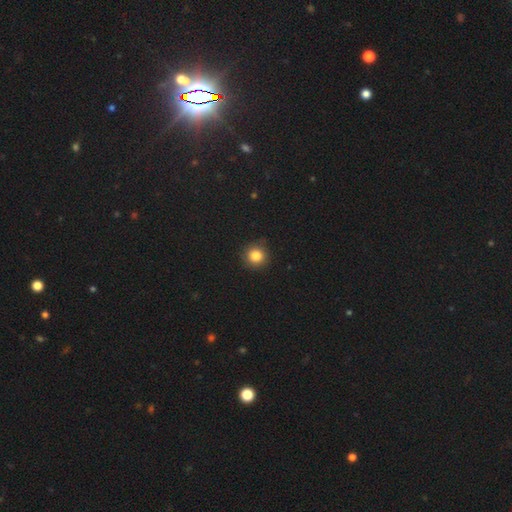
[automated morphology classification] Q: Smooth or featured?
A: smooth (85%); runner-up: star or artifact (11%)
Q: How rounded?
A: round (93%); runner-up: in between (6%)
Q: Merging?
A: none (88%); runner-up: minor disturbance (9%)